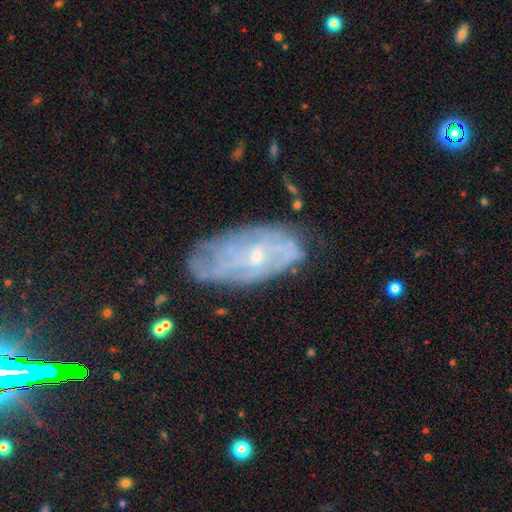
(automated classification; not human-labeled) Smooth or featured?
  - featured or disk: 66% *
  - smooth: 25%
  - star or artifact: 9%
Edge-on disk?
  - no: 91% *
  - yes: 9%
Bar?
  - no: 71% *
  - weak: 24%
  - strong: 4%
Spiral arms?
  - yes: 67% *
  - no: 33%
Bulge size?
  - small: 68% *
  - moderate: 26%
  - none: 4%
  - large: 1%
  - dominant: 1%
Merging?
  - none: 65% *
  - minor disturbance: 24%
  - major disturbance: 9%
  - merger: 2%